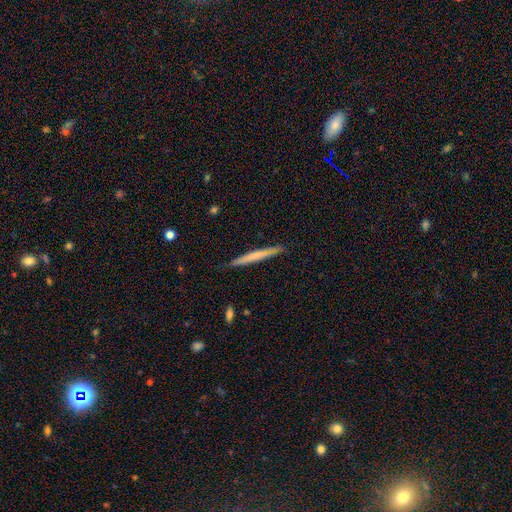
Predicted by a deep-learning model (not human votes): smooth-or-featured: smooth: 61% | featured or disk: 33% | star or artifact: 5%
  how-rounded: cigar-shaped: 97% | in between: 2% | round: 1%
  merging: none: 89% | minor disturbance: 9% | major disturbance: 1% | merger: 1%